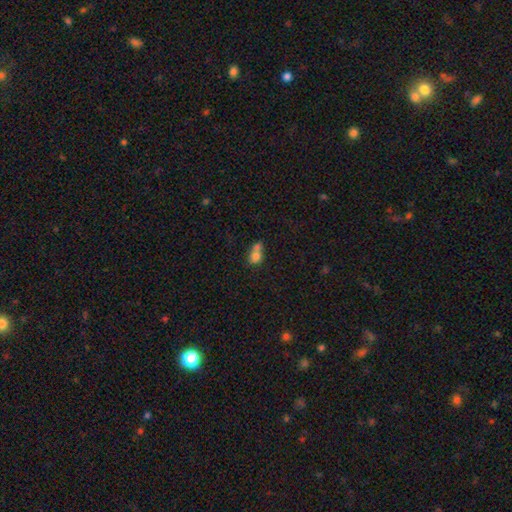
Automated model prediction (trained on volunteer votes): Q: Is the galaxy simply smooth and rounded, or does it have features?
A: smooth — 74%.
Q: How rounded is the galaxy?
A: in between — 53%.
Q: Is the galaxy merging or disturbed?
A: merger — 63%.